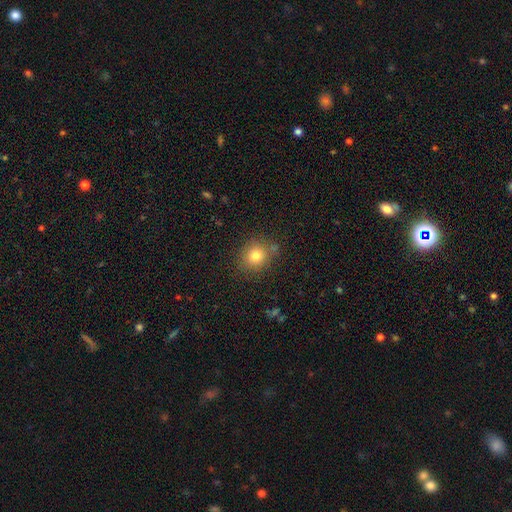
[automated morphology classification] smooth-or-featured: smooth: 79% | star or artifact: 12% | featured or disk: 9%
  how-rounded: round: 79% | in between: 20% | cigar-shaped: 1%
  merging: none: 78% | minor disturbance: 12% | merger: 5% | major disturbance: 4%